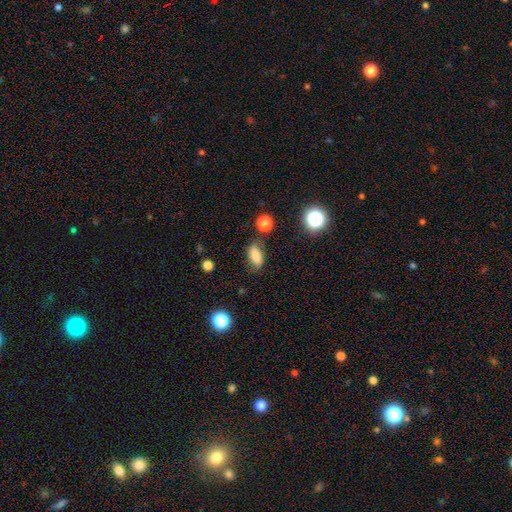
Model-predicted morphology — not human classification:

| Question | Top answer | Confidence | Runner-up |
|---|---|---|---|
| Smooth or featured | smooth | 82% | star or artifact (11%) |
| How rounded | in between | 84% | cigar-shaped (8%) |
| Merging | none | 71% | minor disturbance (19%) |